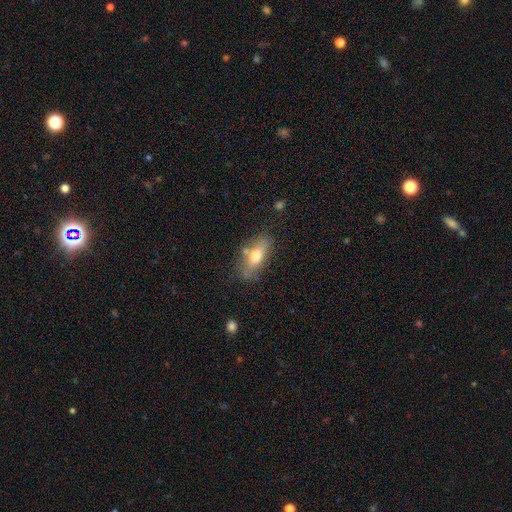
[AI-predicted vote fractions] This appears to be a smooth galaxy with no disk features (69%) that is in between round and cigar-shaped (78%). Merging: none (65%).